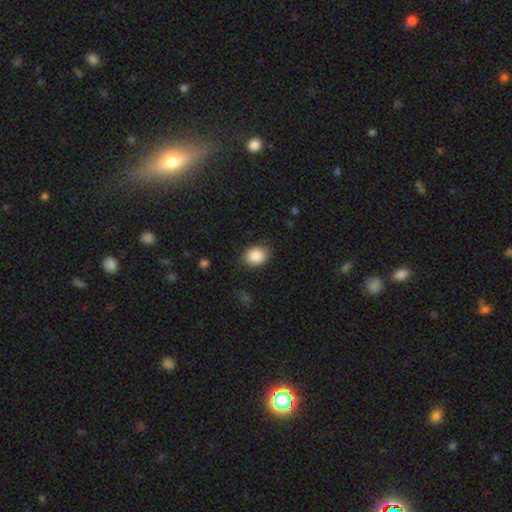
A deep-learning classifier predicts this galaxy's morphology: Smooth or featured? smooth (88%)
How rounded? in between (57%)
Merging? none (83%)